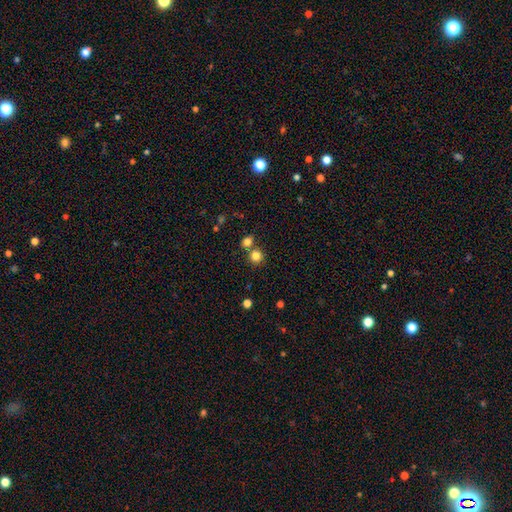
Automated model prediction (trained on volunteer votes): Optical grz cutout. It shows a smooth galaxy with no disk features (82%) that is round (90%). Merging: none (66%).